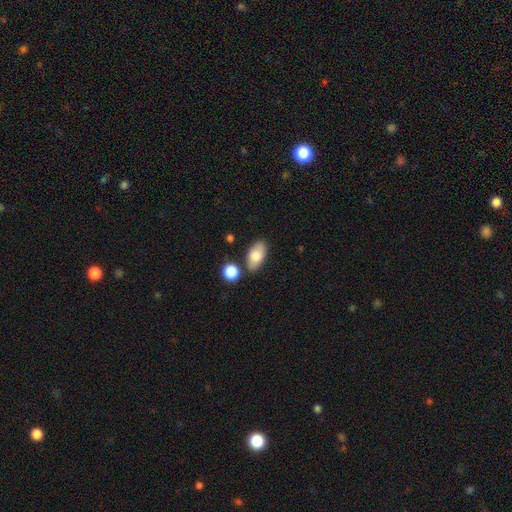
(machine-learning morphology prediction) This appears to be a smooth galaxy with no disk features (80%) that is in between round and cigar-shaped (92%). Merging: none (76%).